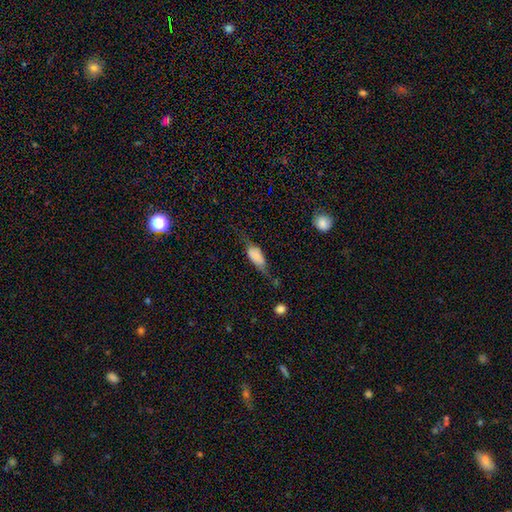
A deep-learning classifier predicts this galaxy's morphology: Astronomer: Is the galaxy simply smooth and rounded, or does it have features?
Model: smooth — 61%.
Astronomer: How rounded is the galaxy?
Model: in between — 71%.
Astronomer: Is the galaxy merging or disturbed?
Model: none — 42% (runner-up: minor disturbance, 32%).